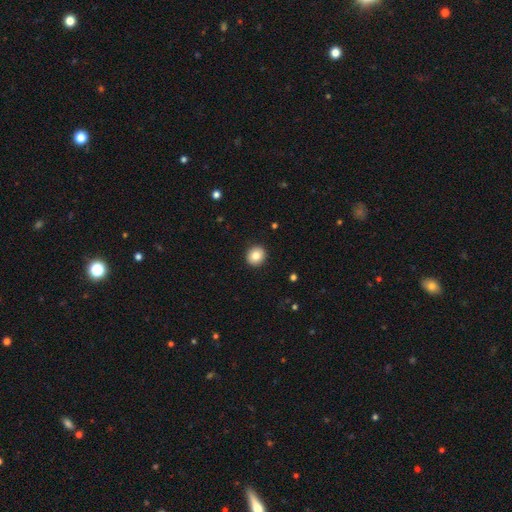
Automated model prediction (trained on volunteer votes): The model was most divided on "how rounded": round: 83%, in between: 16%, cigar-shaped: 1%. More confident: merging — none (92%); smooth or featured — smooth (83%).